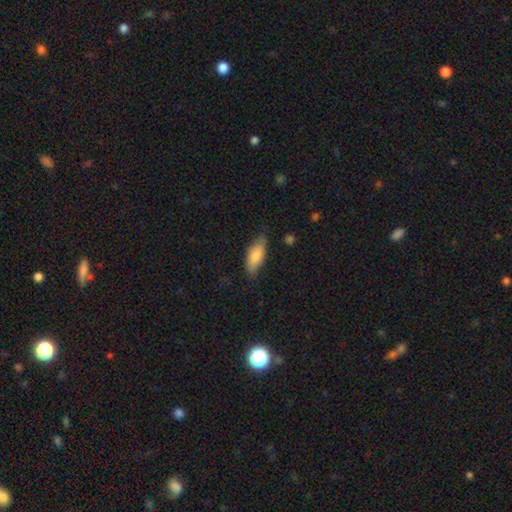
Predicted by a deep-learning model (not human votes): Morphology: type=smooth (83%); roundness=in between (80%); merging=none (68%).